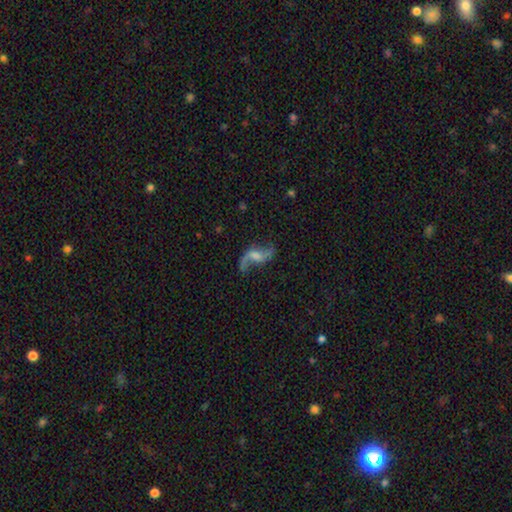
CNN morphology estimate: Smooth or featured?
  - featured or disk: 84% *
  - smooth: 9%
  - star or artifact: 7%
Edge-on disk?
  - no: 96% *
  - yes: 4%
Bar?
  - weak: 47% *
  - no: 33%
  - strong: 20%
Spiral arms?
  - yes: 94% *
  - no: 6%
Spiral winding?
  - loose: 90% *
  - medium: 8%
  - tight: 2%
Spiral arm count?
  - 2: 92% *
  - 1: 4%
  - can't tell: 2%
  - 3: 1%
  - 4: 1%
  - more than 4: 1%
Bulge size?
  - none: 31% *
  - small: 30%
  - moderate: 29%
  - large: 8%
  - dominant: 2%
Merging?
  - none: 70% *
  - minor disturbance: 15%
  - major disturbance: 12%
  - merger: 3%